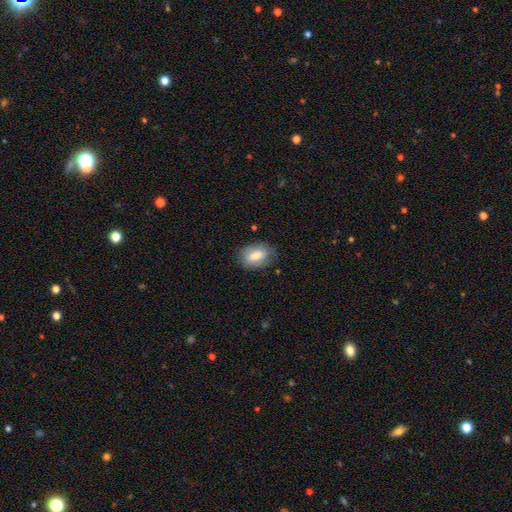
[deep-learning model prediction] A smooth galaxy with no disk features (77%) that is in between round and cigar-shaped (89%).

Vote fractions:
- Smooth or featured? smooth: 77% / featured or disk: 16% / star or artifact: 7%
- How rounded? in between: 89% / round: 9% / cigar-shaped: 2%
- Merging? none: 78% / minor disturbance: 17% / major disturbance: 4% / merger: 1%